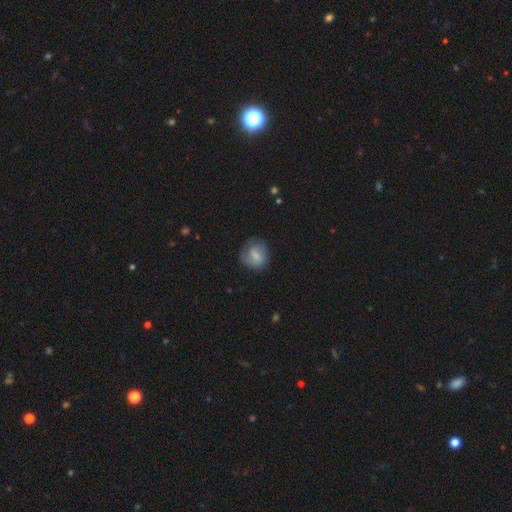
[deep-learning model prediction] Smooth or featured? smooth (66%)
How rounded? round (76%)
Merging? none (69%)